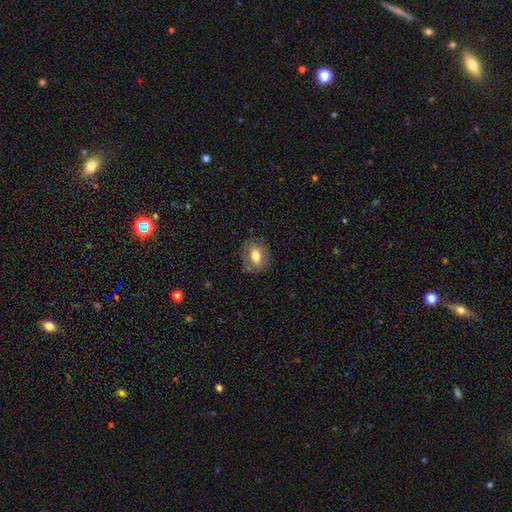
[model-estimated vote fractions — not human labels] smooth 70%, featured or disk 22%, star or artifact 8%. Down the decision tree: how rounded — in between (62%); merging — none (79%).